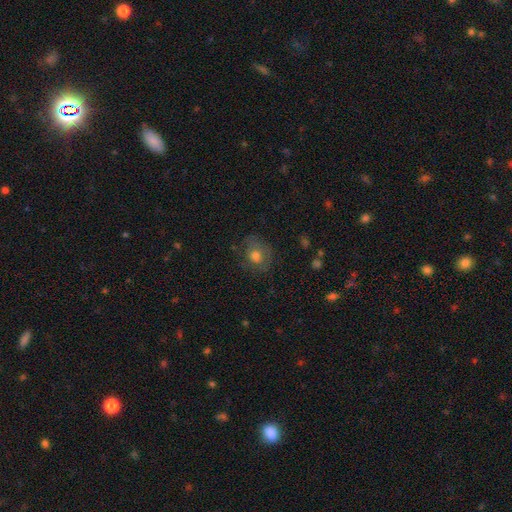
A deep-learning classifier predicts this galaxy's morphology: Smooth or featured? smooth (65%)
How rounded? round (61%)
Merging? none (67%)